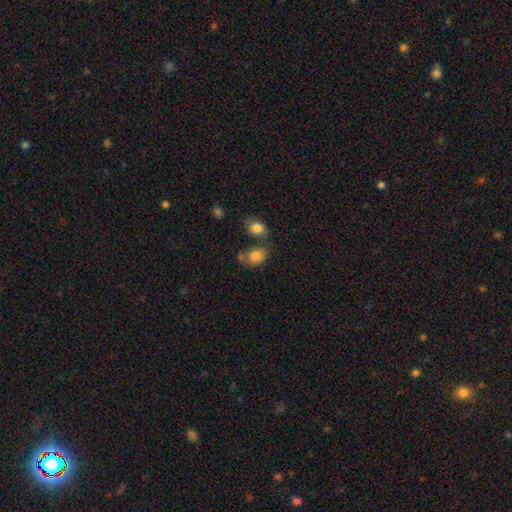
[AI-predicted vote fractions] A smooth galaxy with no disk features (82%) that is in between round and cigar-shaped (67%). Merging: none (47%).